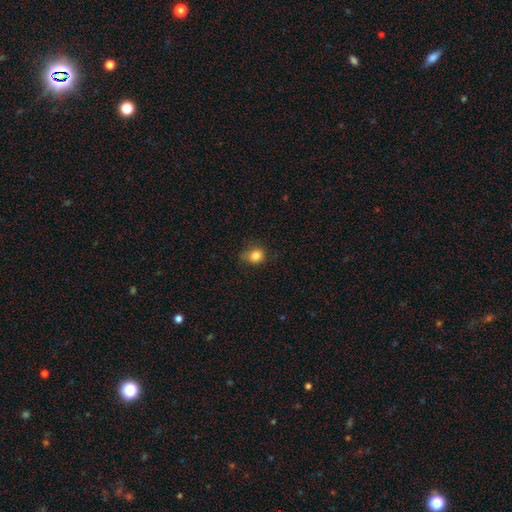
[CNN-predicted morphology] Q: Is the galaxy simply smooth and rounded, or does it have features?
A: smooth — 83%.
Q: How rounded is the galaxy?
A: round — 71%.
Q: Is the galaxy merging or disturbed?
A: none — 65%.